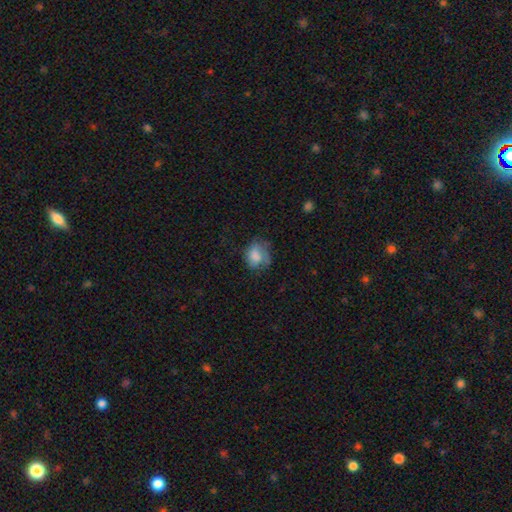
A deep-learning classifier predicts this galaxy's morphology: Smooth or featured? Predicted: smooth (p=0.67). How rounded? Predicted: in between (p=0.51). Merging? Predicted: none (p=0.46).